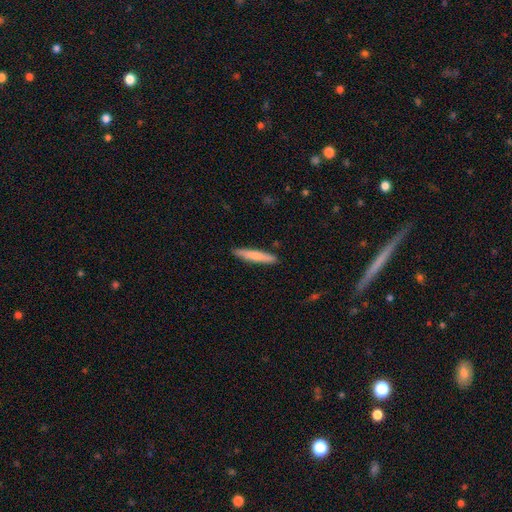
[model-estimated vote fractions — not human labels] Smooth or featured: smooth — 72% (featured or disk — 23%)
How rounded: cigar-shaped — 92% (in between — 6%)
Merging: none — 89% (minor disturbance — 8%)